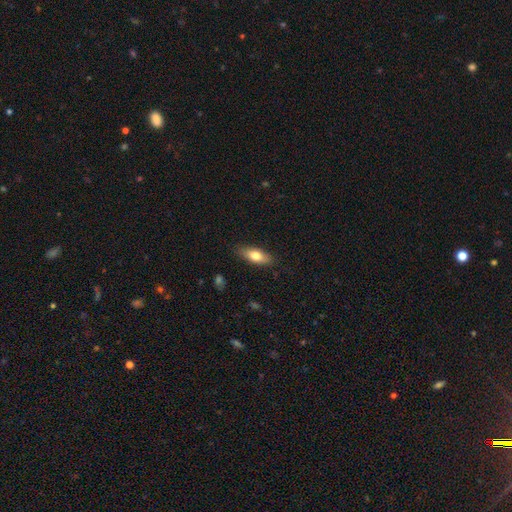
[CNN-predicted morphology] smooth-or-featured: smooth: 72% | featured or disk: 22% | star or artifact: 6%
  how-rounded: in between: 68% | cigar-shaped: 29% | round: 3%
  merging: none: 84% | minor disturbance: 12% | major disturbance: 2% | merger: 1%